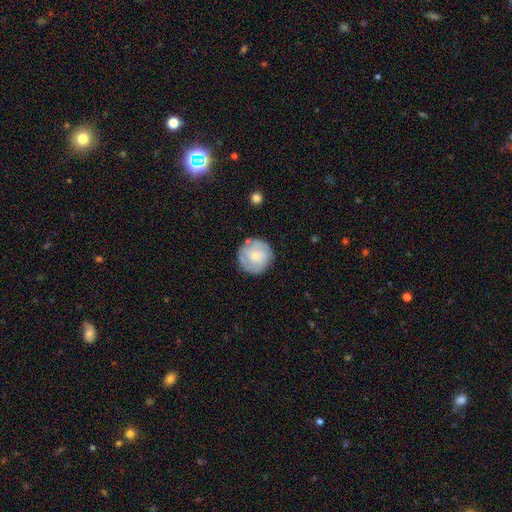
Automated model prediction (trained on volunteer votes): Smooth or featured?
  - smooth: 52% *
  - featured or disk: 42%
  - star or artifact: 7%
How rounded?
  - round: 93% *
  - in between: 6%
  - cigar-shaped: 1%
Merging?
  - none: 80% *
  - minor disturbance: 14%
  - major disturbance: 4%
  - merger: 2%